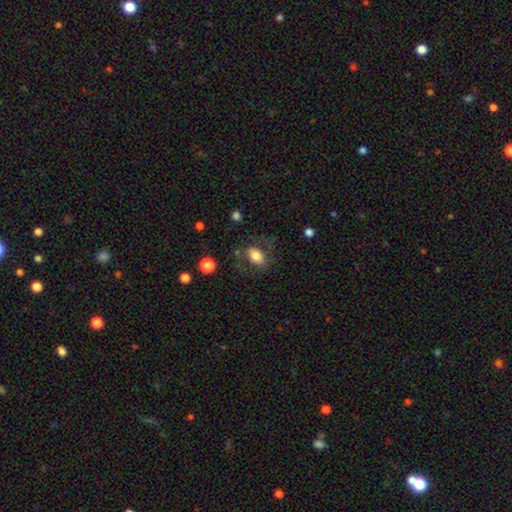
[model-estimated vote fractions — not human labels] Smooth or featured?
  - smooth: 70% *
  - featured or disk: 22%
  - star or artifact: 8%
How rounded?
  - in between: 77% *
  - round: 21%
  - cigar-shaped: 2%
Merging?
  - none: 63% *
  - minor disturbance: 18%
  - major disturbance: 16%
  - merger: 3%